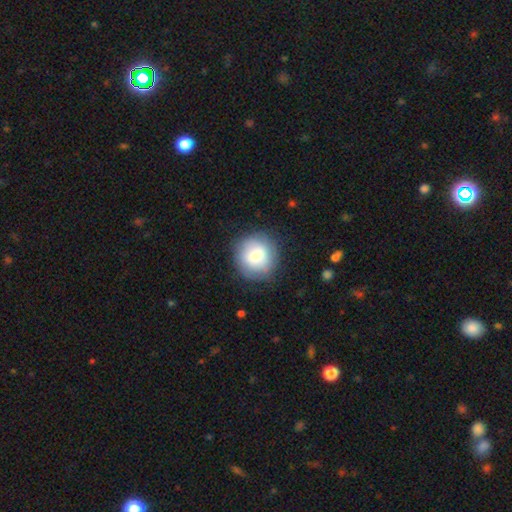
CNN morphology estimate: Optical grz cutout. It shows a smooth galaxy with no disk features (74%) that is round (92%). Merging: none (83%).